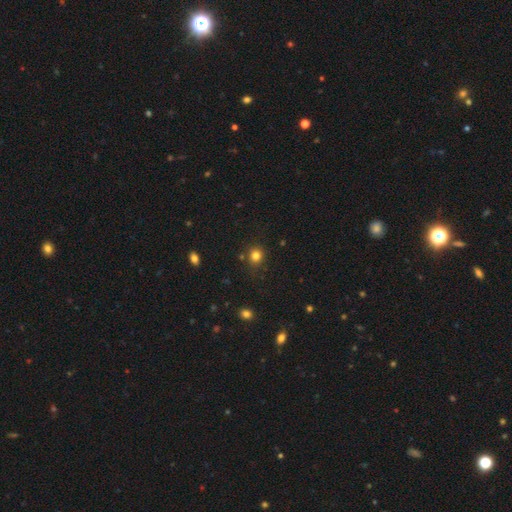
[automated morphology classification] Overall: smooth (81%). How rounded: round (82%). Merging: none (81%).